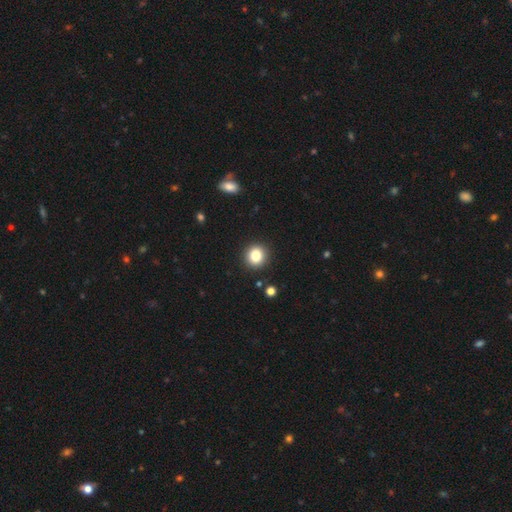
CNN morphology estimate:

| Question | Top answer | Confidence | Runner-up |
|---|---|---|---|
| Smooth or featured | smooth | 83% | star or artifact (11%) |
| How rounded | round | 88% | in between (11%) |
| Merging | none | 91% | minor disturbance (6%) |